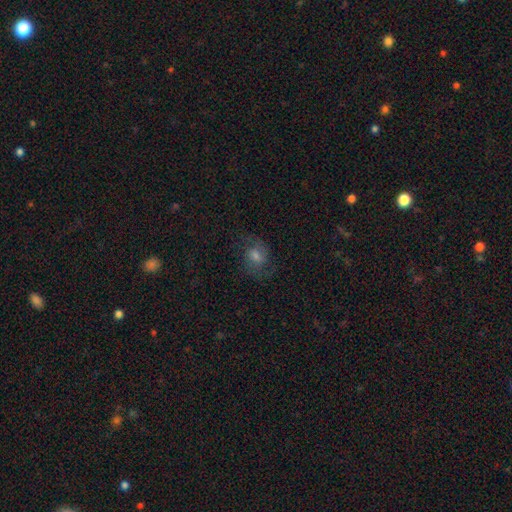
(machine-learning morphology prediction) The model was most divided on "bar": no: 48%, weak: 43%, strong: 9%. Remaining: edge-on disk — no (97%); spiral arms — yes (89%); merging — none (71%); smooth or featured — featured or disk (52%); bulge size — moderate (49%).